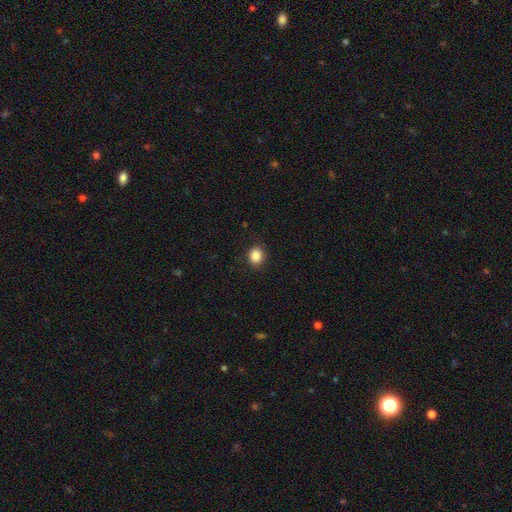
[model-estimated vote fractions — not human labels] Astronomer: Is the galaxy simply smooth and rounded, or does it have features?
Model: smooth — 87%.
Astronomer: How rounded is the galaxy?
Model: round — 73%.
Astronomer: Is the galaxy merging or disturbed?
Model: none — 90%.